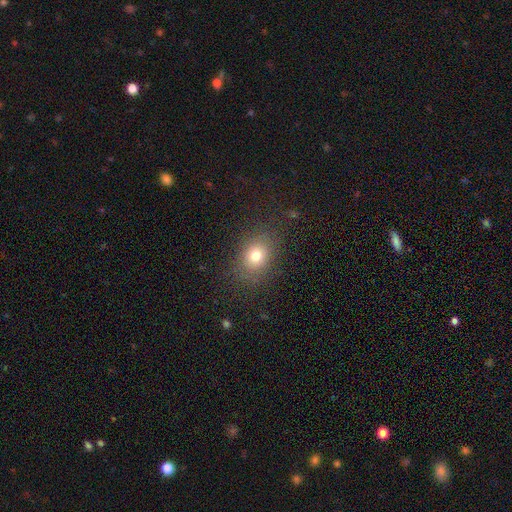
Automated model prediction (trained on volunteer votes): A smooth galaxy with no disk features (75%) that is round (50%).

Vote fractions:
- Smooth or featured? smooth: 75% / star or artifact: 15% / featured or disk: 10%
- How rounded? round: 50% / in between: 49% / cigar-shaped: 1%
- Merging? none: 82% / minor disturbance: 11% / major disturbance: 5% / merger: 1%